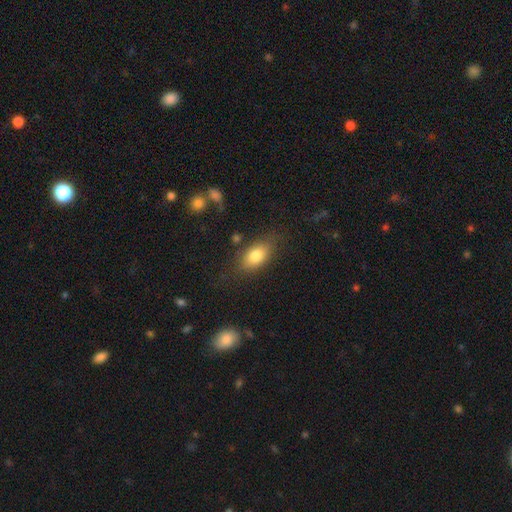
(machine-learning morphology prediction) A smooth galaxy with no disk features (79%) that is in between round and cigar-shaped (87%).

Vote fractions:
- Smooth or featured? smooth: 79% / featured or disk: 13% / star or artifact: 8%
- How rounded? in between: 87% / round: 8% / cigar-shaped: 5%
- Merging? none: 75% / minor disturbance: 16% / major disturbance: 6% / merger: 3%